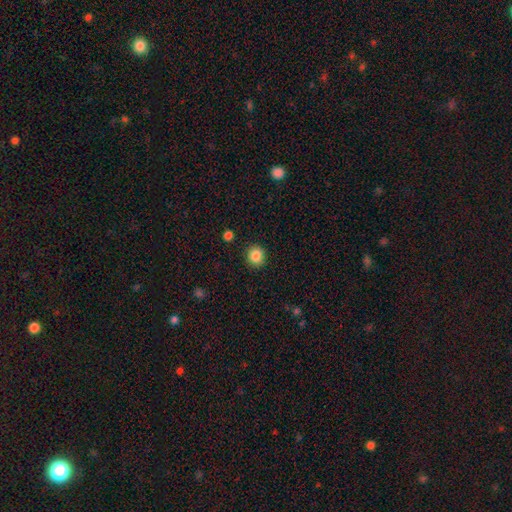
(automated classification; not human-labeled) Overall: smooth (86%). How rounded: round (83%). Merging: none (90%).